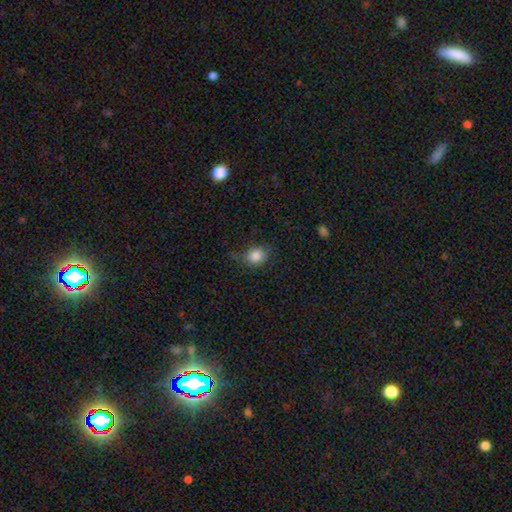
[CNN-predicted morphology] Overall: smooth (84%). How rounded: round (68%; in between 31%). Merging: none (67%).